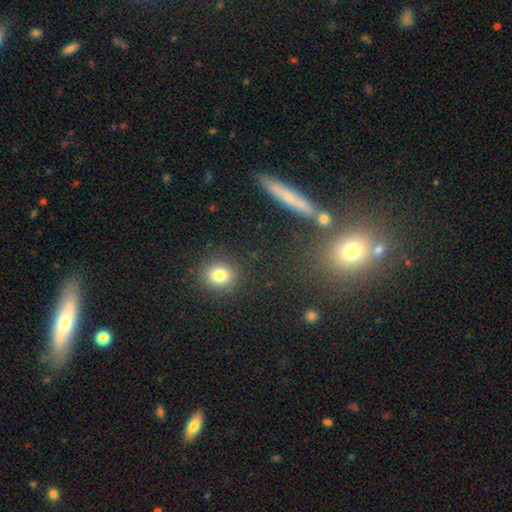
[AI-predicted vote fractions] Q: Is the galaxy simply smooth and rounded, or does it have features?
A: smooth — 48%.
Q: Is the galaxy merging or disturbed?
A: none — 84%.